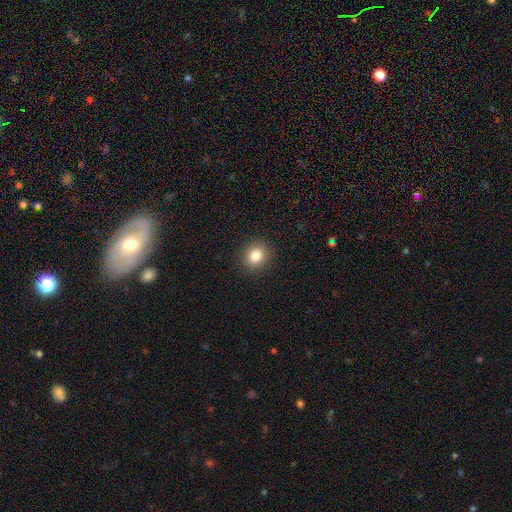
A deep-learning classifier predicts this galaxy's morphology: This appears to be a smooth galaxy with no disk features (83%) that is round (79%). Merging: none (91%).